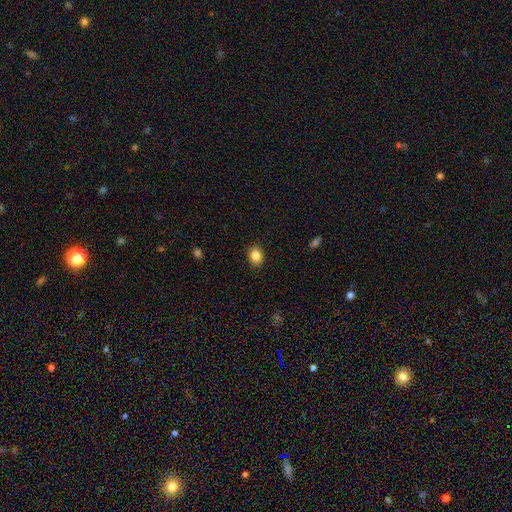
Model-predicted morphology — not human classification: This is clearly a smooth galaxy (86%). How rounded: possibly round (54%). Merging: clearly none (89%).